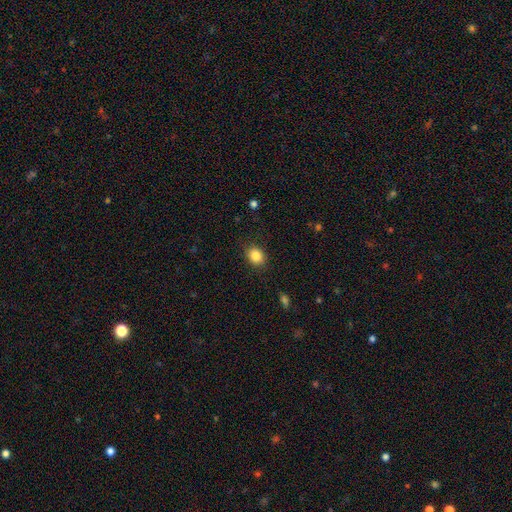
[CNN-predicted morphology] The model was most divided on "how rounded": round: 56%, in between: 43%, cigar-shaped: 1%. More confident: merging — none (87%); smooth or featured — smooth (85%).